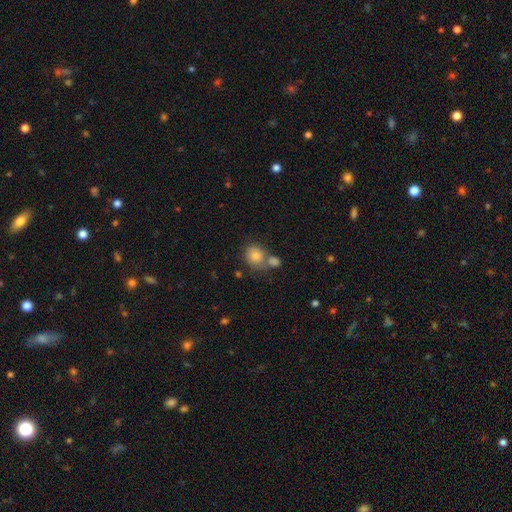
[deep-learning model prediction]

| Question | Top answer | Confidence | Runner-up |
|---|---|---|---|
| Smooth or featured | smooth | 79% | star or artifact (10%) |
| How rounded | round | 74% | in between (25%) |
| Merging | none | 51% | merger (32%) |